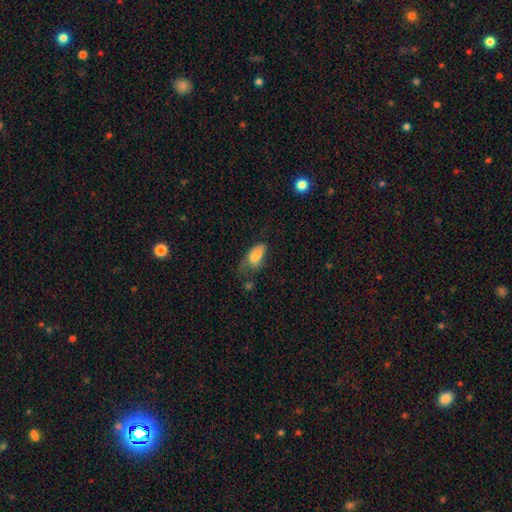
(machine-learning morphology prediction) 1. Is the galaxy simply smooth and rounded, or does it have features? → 77% smooth, 14% featured or disk, 9% star or artifact.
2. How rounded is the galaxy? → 88% in between, 8% cigar-shaped, 4% round.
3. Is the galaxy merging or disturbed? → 33% minor disturbance, 30% major disturbance, 28% none, 9% merger.